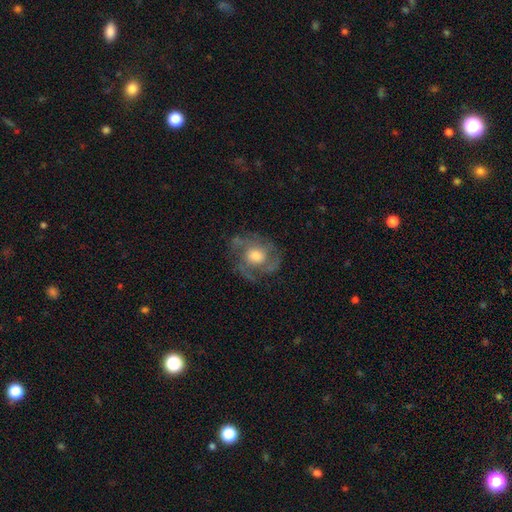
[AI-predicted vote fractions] Morphology: type=featured or disk (74%); edge-on=no (97%); bar=no (77%); spiral arms=yes (85%); winding=medium (45%); arm count=3 (29%); bulge=moderate (62%); merging=none (66%).